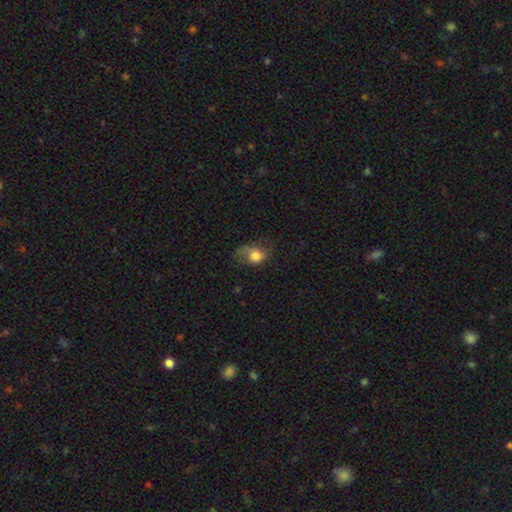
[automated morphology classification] Q: Smooth or featured?
A: smooth (75%); runner-up: featured or disk (15%)
Q: How rounded?
A: in between (57%); runner-up: round (41%)
Q: Merging?
A: none (38%); runner-up: minor disturbance (31%)